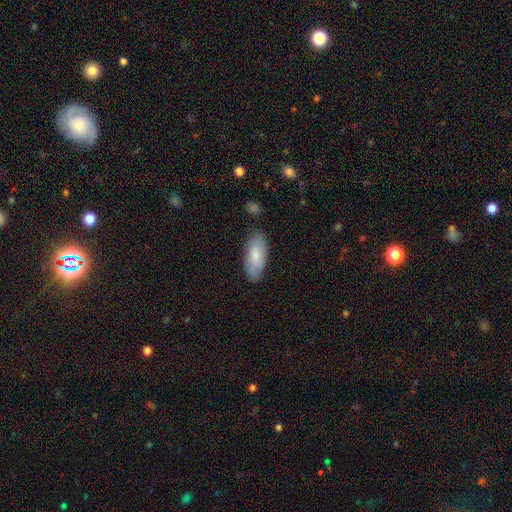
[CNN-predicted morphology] This appears to be a smooth galaxy with no disk features (78%) that is in between round and cigar-shaped (82%). Merging: none (81%).